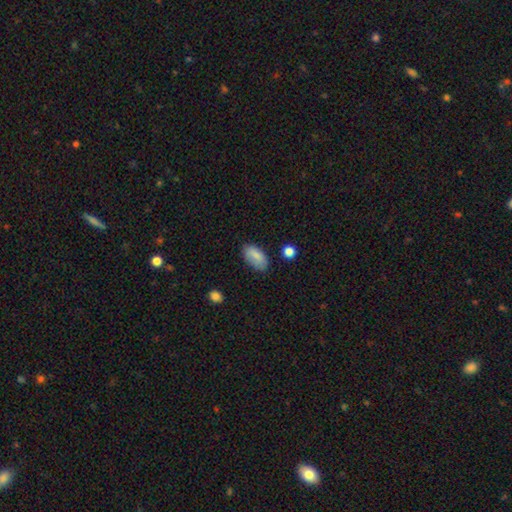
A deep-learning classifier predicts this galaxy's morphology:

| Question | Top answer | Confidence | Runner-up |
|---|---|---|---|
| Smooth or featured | smooth | 83% | featured or disk (9%) |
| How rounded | in between | 93% | cigar-shaped (4%) |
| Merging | none | 75% | minor disturbance (19%) |